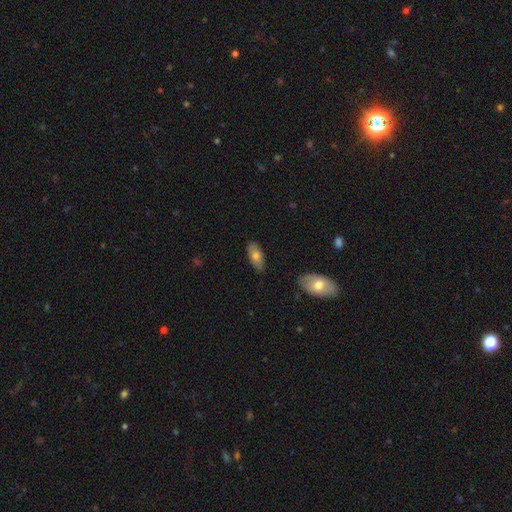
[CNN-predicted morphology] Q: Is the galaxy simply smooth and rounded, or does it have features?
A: smooth — 72%.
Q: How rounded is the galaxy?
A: in between — 87%.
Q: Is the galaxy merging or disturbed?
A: none — 82%.